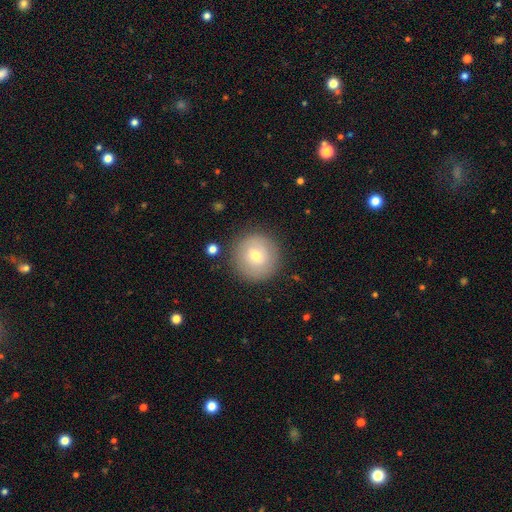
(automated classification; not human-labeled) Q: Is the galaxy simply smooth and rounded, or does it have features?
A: smooth — 68%.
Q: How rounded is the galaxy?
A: round — 96%.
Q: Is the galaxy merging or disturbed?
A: none — 87%.